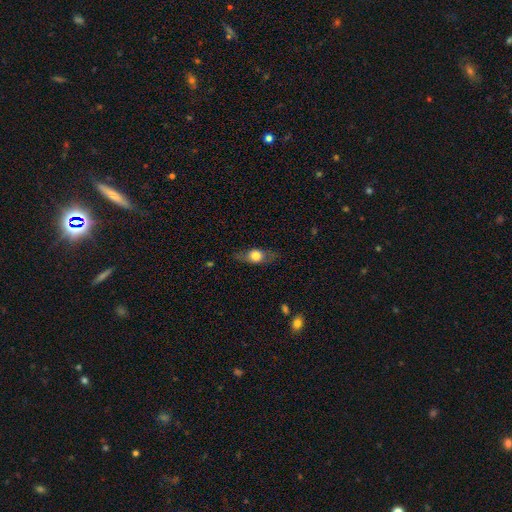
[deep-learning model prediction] Smooth or featured? Predicted: smooth (p=0.52). How rounded? Predicted: in between (p=0.52). Merging? Predicted: none (p=0.77).